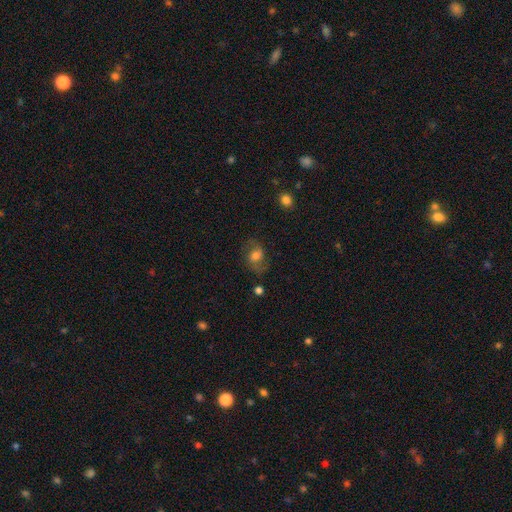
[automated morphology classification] Smooth or featured? Predicted: featured or disk (p=0.48). Merging? Predicted: none (p=0.70).